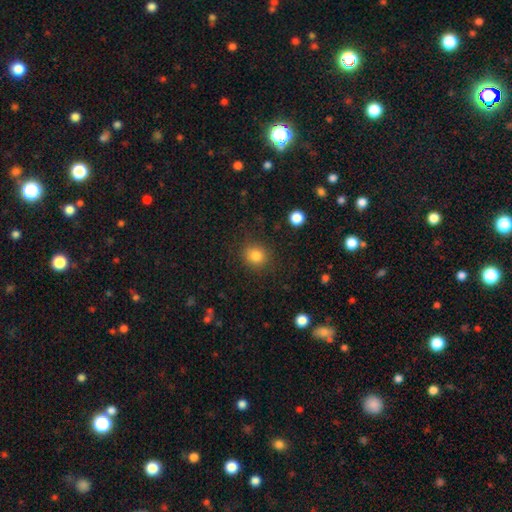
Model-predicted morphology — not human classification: Smooth or featured?
  - smooth: 83% *
  - star or artifact: 11%
  - featured or disk: 6%
How rounded?
  - round: 81% *
  - in between: 18%
  - cigar-shaped: 1%
Merging?
  - none: 85% *
  - minor disturbance: 10%
  - major disturbance: 4%
  - merger: 1%